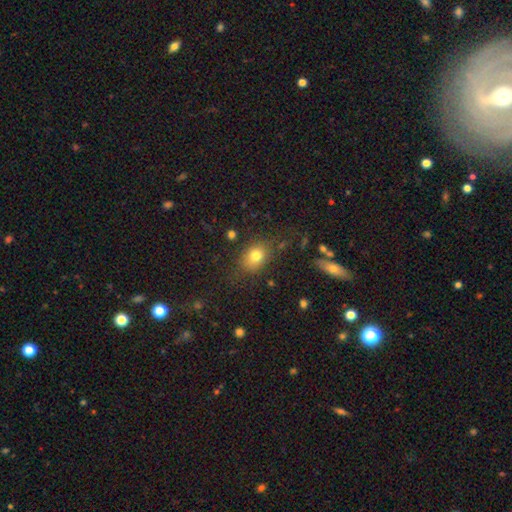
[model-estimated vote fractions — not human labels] The model was most divided on "how rounded": in between: 66%, round: 33%, cigar-shaped: 2%. More confident: smooth or featured — smooth (77%); merging — none (75%).